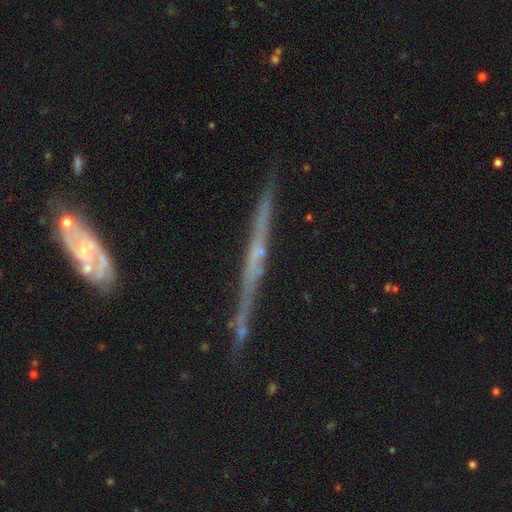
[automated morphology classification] smooth_or_featured: featured or disk (p=0.72) [alt: smooth p=0.15]
disk_edge_on: yes (p=0.95) [alt: no p=0.05]
edge_on_bulge: none (p=0.50) [alt: rounded p=0.40]
merging: none (p=0.80) [alt: minor disturbance p=0.13]